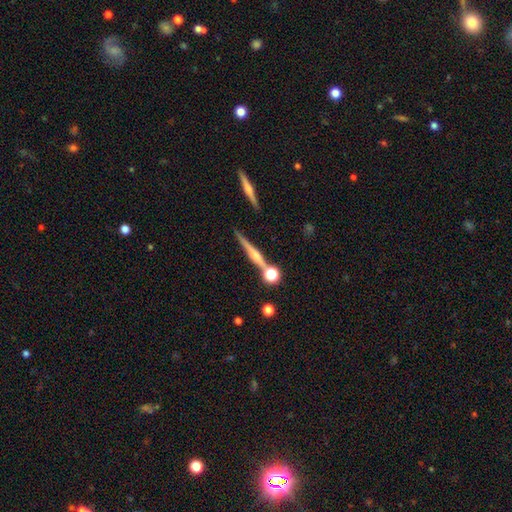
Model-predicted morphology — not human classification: type=featured or disk (64%); edge-on=yes (96%); edge-on bulge=rounded (69%); merging=none (76%).